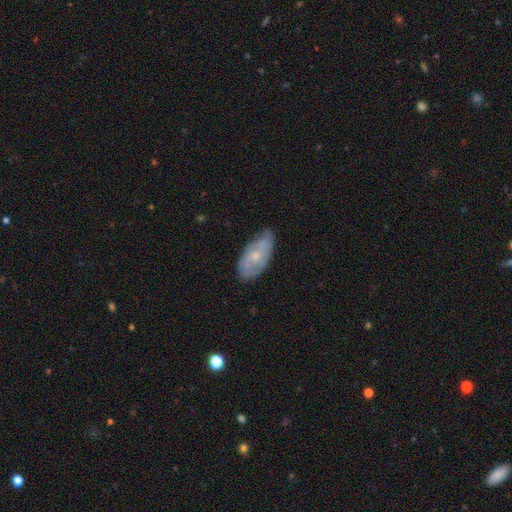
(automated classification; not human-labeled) The model was most divided on "smooth or featured": featured or disk: 53%, smooth: 40%, star or artifact: 7%. More confident: edge-on disk — no (91%); merging — none (60%).